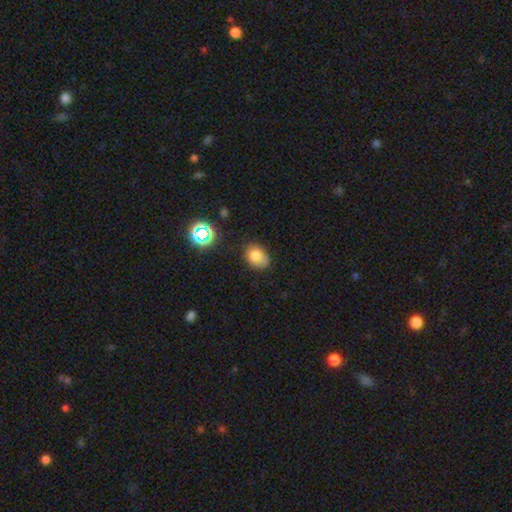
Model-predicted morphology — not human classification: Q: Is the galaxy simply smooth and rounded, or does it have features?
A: smooth — 76%.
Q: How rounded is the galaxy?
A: in between — 58%.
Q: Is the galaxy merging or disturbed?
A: none — 67%.